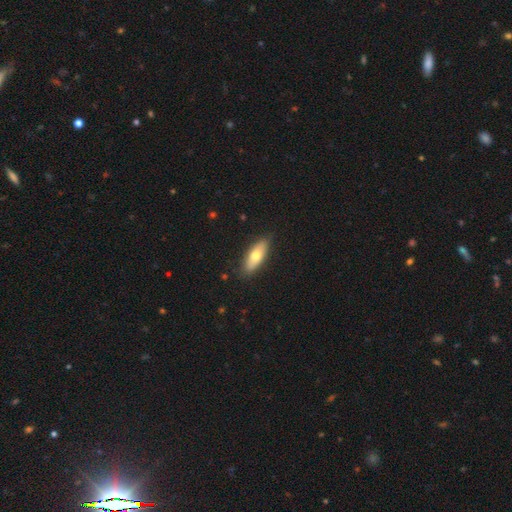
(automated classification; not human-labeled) This is likely a smooth galaxy (65%). How rounded: likely in between (68%). Merging: clearly none (85%).